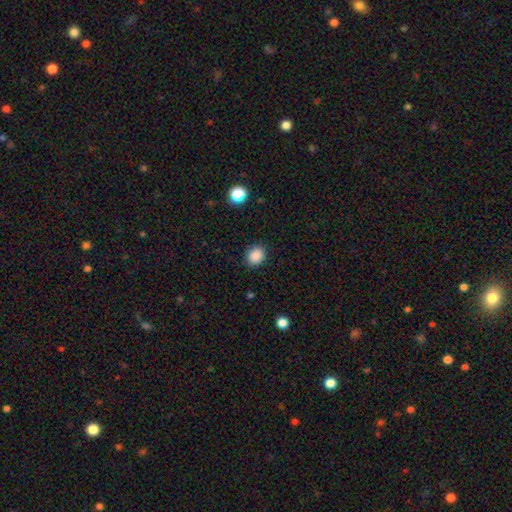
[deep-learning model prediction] This appears to be a smooth galaxy with no disk features (87%) that is round (70%). Merging: none (87%).